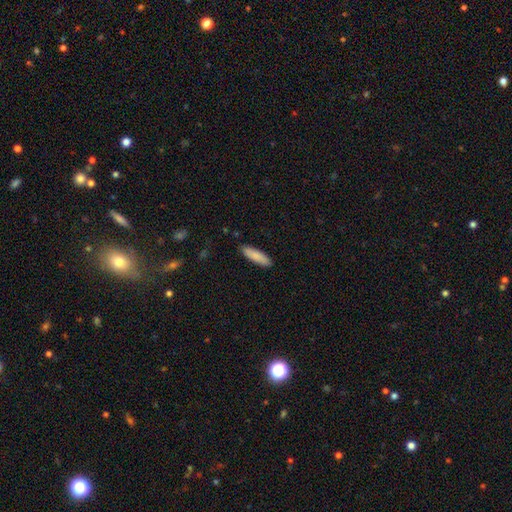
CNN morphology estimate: A smooth galaxy with no disk features (86%) that is cigar-shaped (69%).

Vote fractions:
- Smooth or featured? smooth: 86% / featured or disk: 9% / star or artifact: 6%
- How rounded? cigar-shaped: 69% / in between: 29% / round: 1%
- Merging? none: 89% / minor disturbance: 9% / major disturbance: 2% / merger: 1%